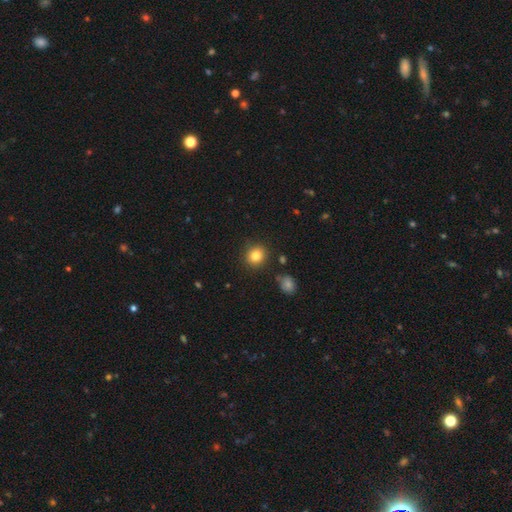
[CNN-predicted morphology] Q: Smooth or featured?
A: smooth (83%); runner-up: star or artifact (11%)
Q: How rounded?
A: round (83%); runner-up: in between (16%)
Q: Merging?
A: none (88%); runner-up: minor disturbance (8%)